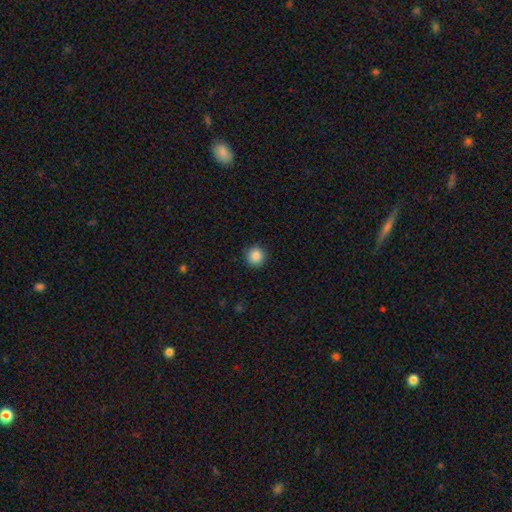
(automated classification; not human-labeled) The model was most divided on "smooth or featured": smooth: 87%, star or artifact: 10%, featured or disk: 4%. More confident: how rounded — round (95%); merging — none (91%).